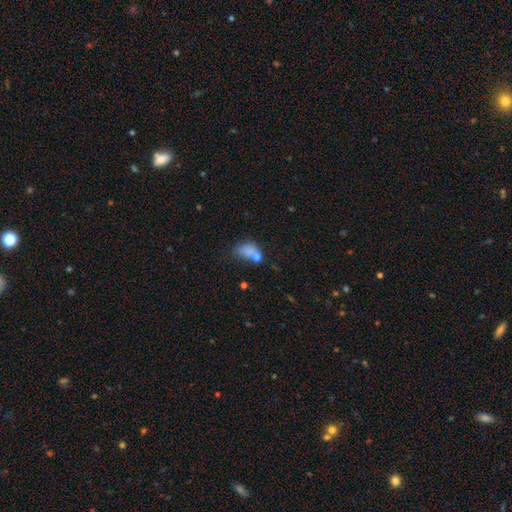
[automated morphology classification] A smooth galaxy with no disk features (73%) that is in between round and cigar-shaped (81%). Merging: merger (40%).